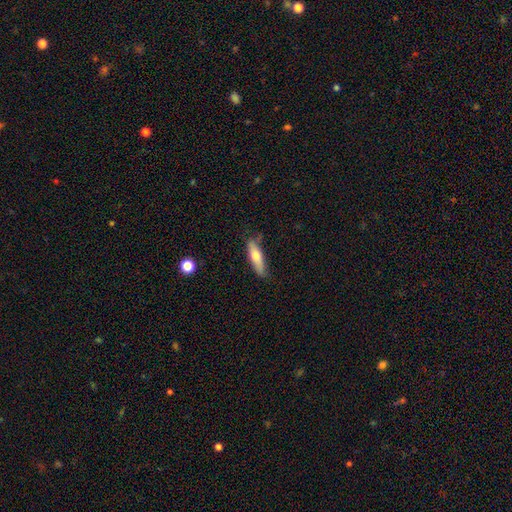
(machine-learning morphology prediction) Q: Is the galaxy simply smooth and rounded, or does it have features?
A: smooth — 61%.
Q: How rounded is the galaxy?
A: cigar-shaped — 64%.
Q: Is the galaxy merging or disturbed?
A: none — 72%.